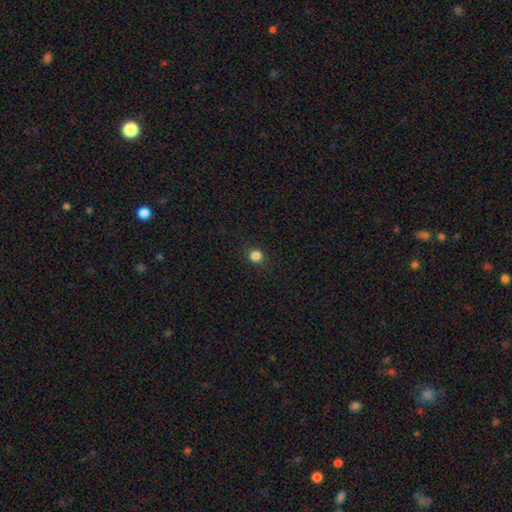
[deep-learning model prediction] smooth 83%, star or artifact 13%, featured or disk 4%. Down the decision tree: how rounded — round (88%); merging — none (91%).